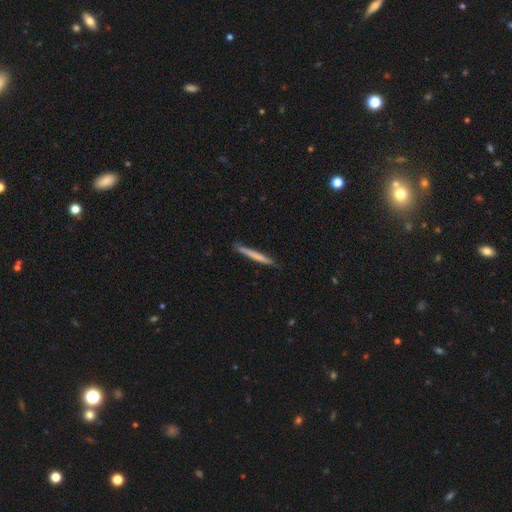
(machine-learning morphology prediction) A smooth galaxy with no disk features (65%) that is cigar-shaped (97%).

Vote fractions:
- Smooth or featured? smooth: 65% / featured or disk: 30% / star or artifact: 5%
- How rounded? cigar-shaped: 97% / in between: 2% / round: 1%
- Merging? none: 85% / minor disturbance: 12% / major disturbance: 2% / merger: 2%